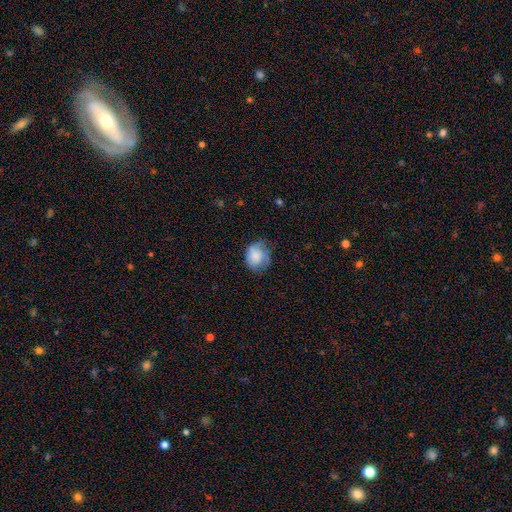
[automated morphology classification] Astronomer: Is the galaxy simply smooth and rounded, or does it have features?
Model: smooth — 76%.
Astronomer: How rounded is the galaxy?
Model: round — 62%.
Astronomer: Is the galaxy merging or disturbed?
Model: none — 51% (runner-up: minor disturbance, 33%).